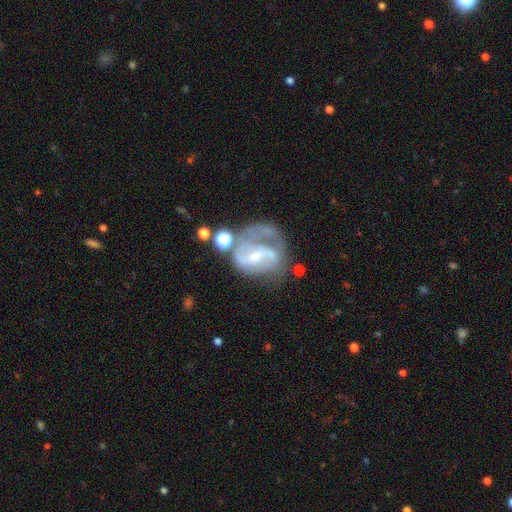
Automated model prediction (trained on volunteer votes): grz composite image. It shows a featured or disk galaxy (78%) with a weak bar (46%), 2 (56%) medium (45%) spiral arms (83%) and a small central bulge (58%). Merging: none (35%).